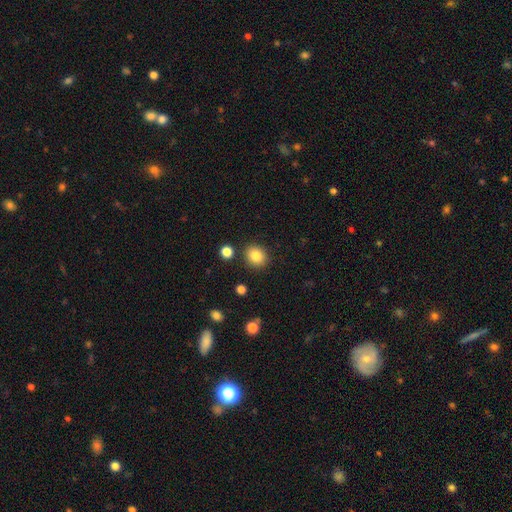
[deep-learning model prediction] Smooth or featured?
  - smooth: 84% *
  - star or artifact: 10%
  - featured or disk: 6%
How rounded?
  - round: 74% *
  - in between: 25%
  - cigar-shaped: 1%
Merging?
  - none: 87% *
  - minor disturbance: 7%
  - merger: 3%
  - major disturbance: 2%